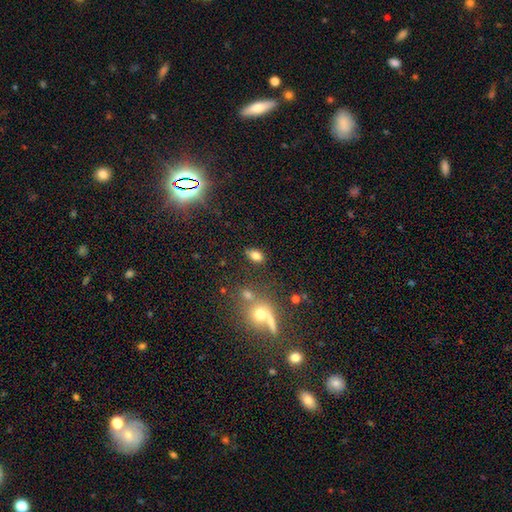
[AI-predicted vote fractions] Morphology: type=smooth (79%); roundness=in between (85%); merging=none (79%).